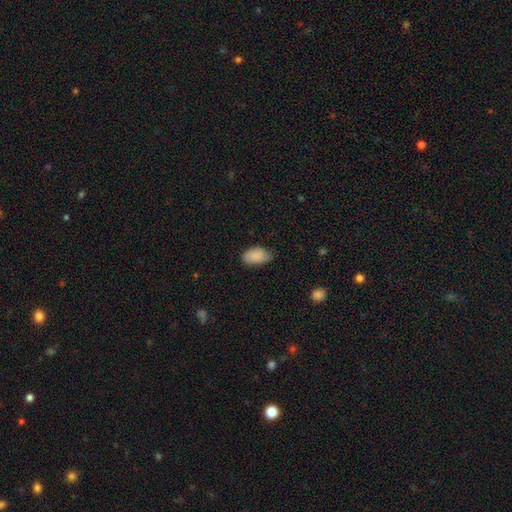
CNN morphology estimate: A smooth galaxy with no disk features (87%) that is in between round and cigar-shaped (93%). Merging: none (63%).